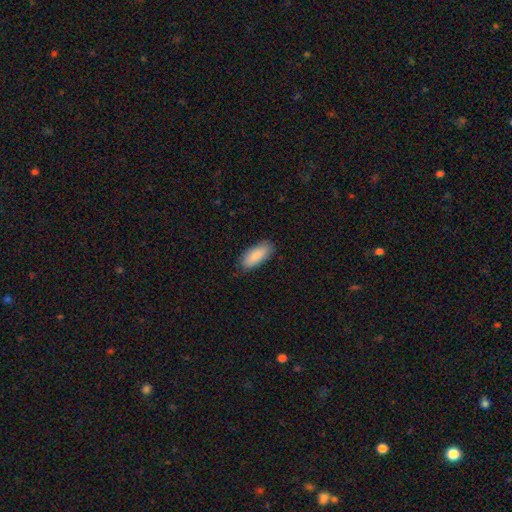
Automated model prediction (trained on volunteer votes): smooth-or-featured: smooth: 90% | star or artifact: 6% | featured or disk: 5%
  how-rounded: in between: 83% | cigar-shaped: 15% | round: 2%
  merging: none: 83% | minor disturbance: 13% | major disturbance: 2% | merger: 1%